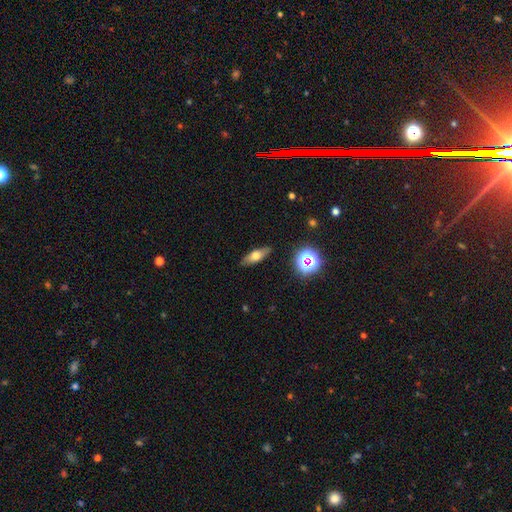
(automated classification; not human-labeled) Q: Smooth or featured?
A: smooth (60%); runner-up: featured or disk (28%)
Q: How rounded?
A: in between (60%); runner-up: cigar-shaped (33%)
Q: Merging?
A: none (86%); runner-up: minor disturbance (10%)